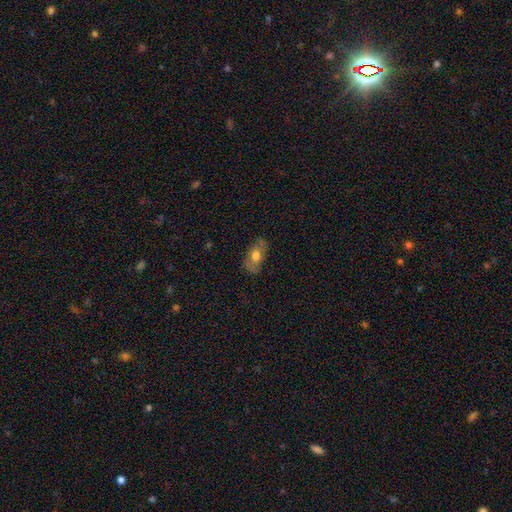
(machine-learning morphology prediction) type=smooth (60%); roundness=in between (87%); merging=none (73%).